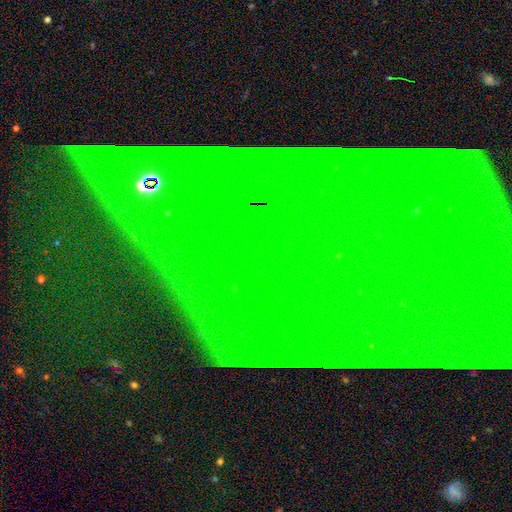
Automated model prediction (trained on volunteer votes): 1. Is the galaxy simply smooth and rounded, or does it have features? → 84% star or artifact, 9% featured or disk, 8% smooth.